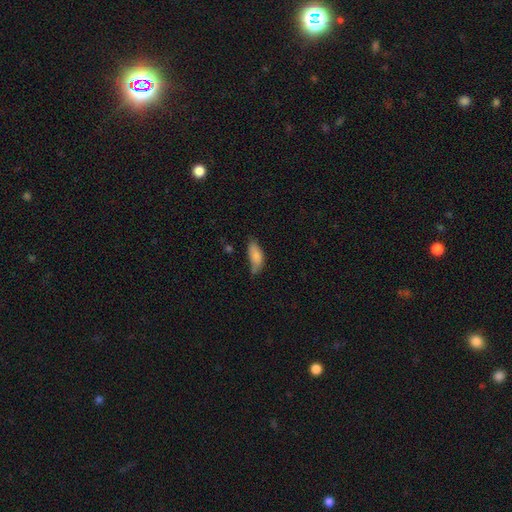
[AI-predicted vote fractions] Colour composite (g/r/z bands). It shows a smooth galaxy with no disk features (84%) that is in between round and cigar-shaped (79%). Merging: none (49%).